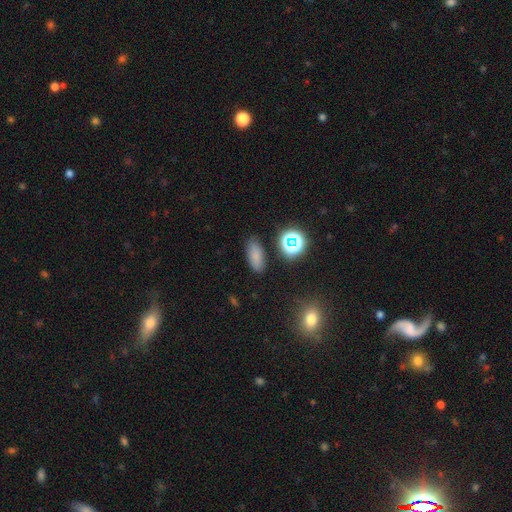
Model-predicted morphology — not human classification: Smooth or featured?
  - smooth: 74% *
  - star or artifact: 18%
  - featured or disk: 8%
How rounded?
  - in between: 83% *
  - cigar-shaped: 10%
  - round: 7%
Merging?
  - none: 83% *
  - minor disturbance: 11%
  - major disturbance: 3%
  - merger: 3%